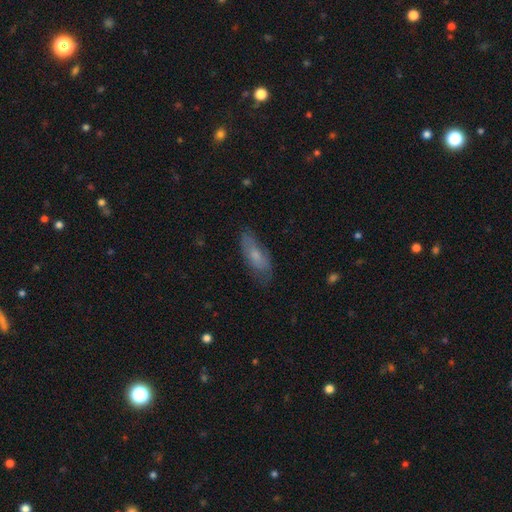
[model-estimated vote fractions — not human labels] smooth_or_featured: smooth (p=0.62) [alt: featured or disk p=0.30]
how_rounded: in between (p=0.67) [alt: cigar-shaped p=0.30]
merging: none (p=0.71) [alt: minor disturbance p=0.22]